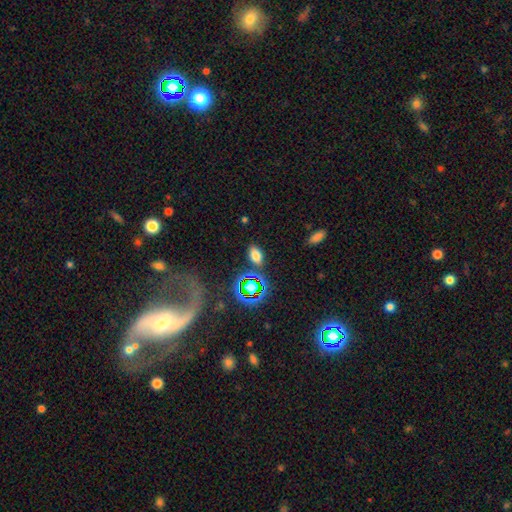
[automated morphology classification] smooth_or_featured: smooth (p=0.70) [alt: star or artifact p=0.20]
how_rounded: in between (p=0.88) [alt: round p=0.09]
merging: none (p=0.83) [alt: minor disturbance p=0.10]